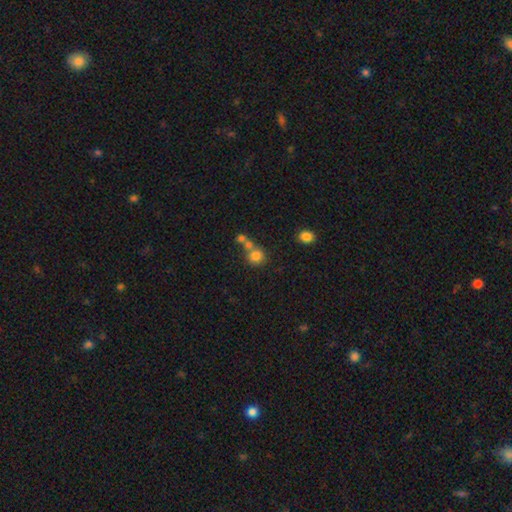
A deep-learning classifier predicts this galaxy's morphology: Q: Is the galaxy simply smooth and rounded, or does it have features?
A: smooth — 78%.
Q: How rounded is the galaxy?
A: round — 85%.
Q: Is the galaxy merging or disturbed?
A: none — 49%.